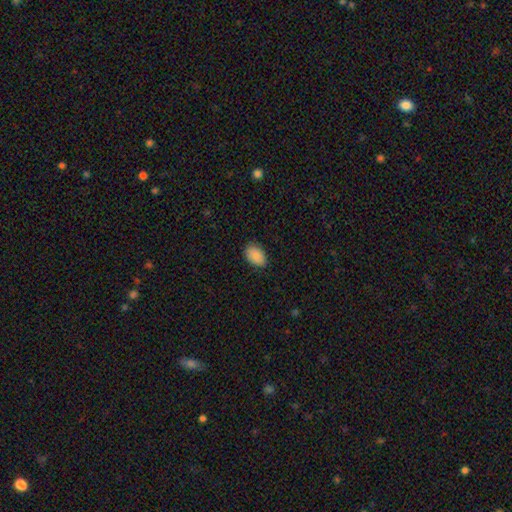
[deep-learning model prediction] smooth_or_featured: smooth (p=0.90) [alt: star or artifact p=0.07]
how_rounded: in between (p=0.90) [alt: round p=0.09]
merging: none (p=0.84) [alt: minor disturbance p=0.12]